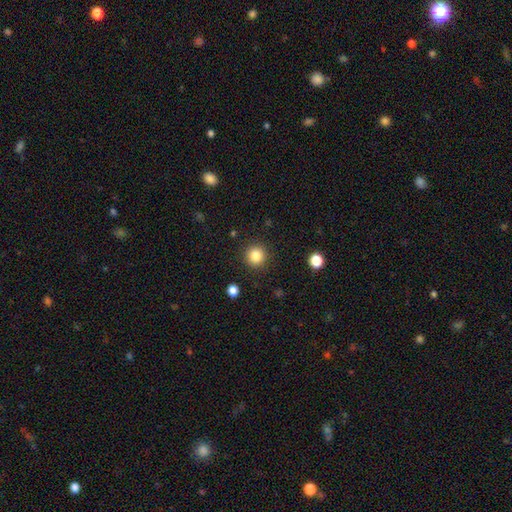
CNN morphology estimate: Smooth or featured? Predicted: smooth (p=0.84). How rounded? Predicted: round (p=0.94). Merging? Predicted: none (p=0.91).